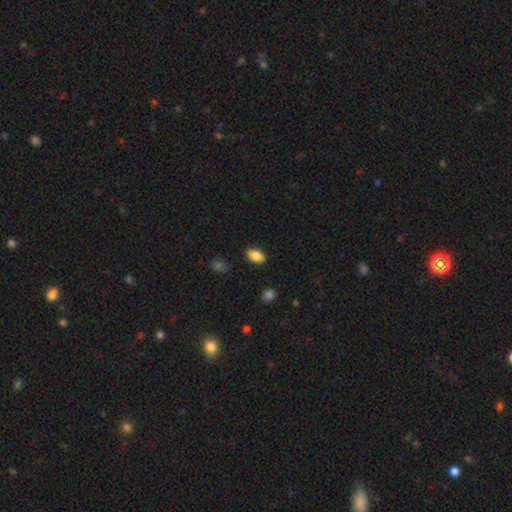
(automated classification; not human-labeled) Smooth or featured: smooth — 86% (star or artifact — 8%)
How rounded: in between — 91% (round — 7%)
Merging: none — 87% (minor disturbance — 9%)